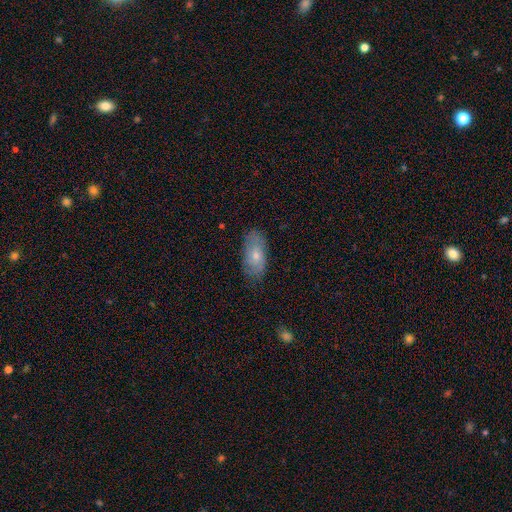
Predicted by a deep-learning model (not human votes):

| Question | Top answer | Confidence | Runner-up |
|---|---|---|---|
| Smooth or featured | smooth | 57% | featured or disk (36%) |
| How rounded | in between | 89% | cigar-shaped (7%) |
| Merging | none | 75% | minor disturbance (20%) |